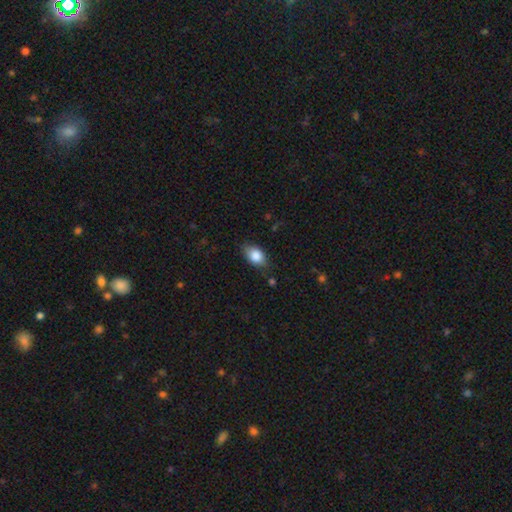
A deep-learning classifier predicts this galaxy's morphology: smooth-or-featured: smooth: 85% | featured or disk: 8% | star or artifact: 7%
  how-rounded: in between: 87% | round: 11% | cigar-shaped: 2%
  merging: none: 76% | minor disturbance: 19% | major disturbance: 4% | merger: 2%